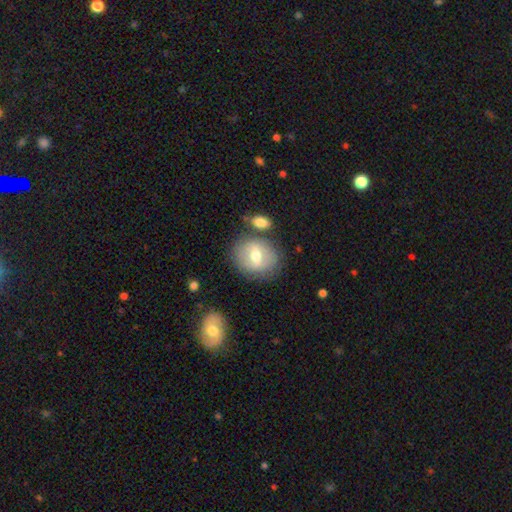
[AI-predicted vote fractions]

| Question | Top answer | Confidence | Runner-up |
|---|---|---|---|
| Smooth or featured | smooth | 51% | featured or disk (42%) |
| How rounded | round | 61% | in between (38%) |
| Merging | none | 71% | minor disturbance (14%) |